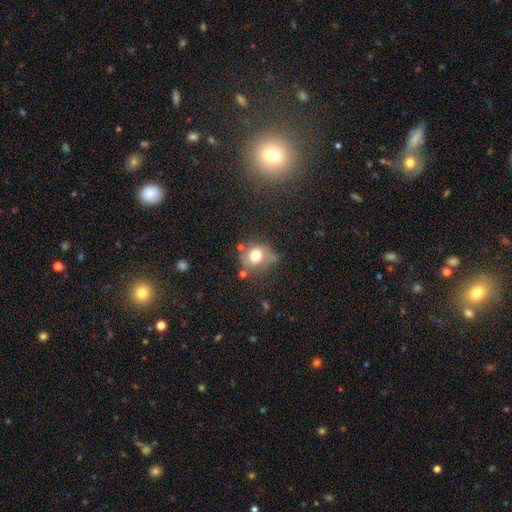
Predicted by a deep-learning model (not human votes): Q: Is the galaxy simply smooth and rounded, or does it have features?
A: smooth — 69%.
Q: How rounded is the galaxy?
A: round — 76%.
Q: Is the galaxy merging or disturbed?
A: none — 60%.